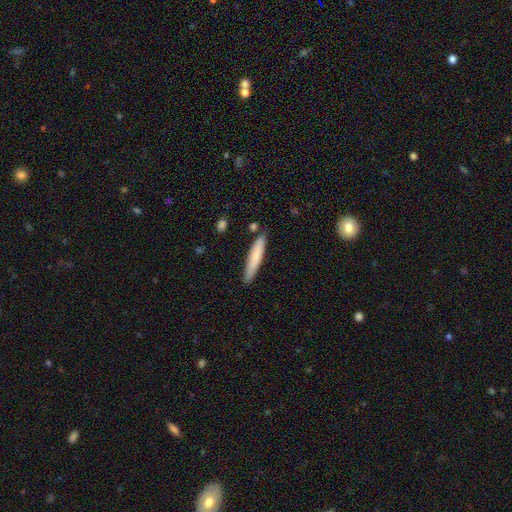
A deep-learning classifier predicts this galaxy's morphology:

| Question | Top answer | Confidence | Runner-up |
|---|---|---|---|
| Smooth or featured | smooth | 76% | featured or disk (18%) |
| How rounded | cigar-shaped | 90% | in between (9%) |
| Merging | none | 81% | minor disturbance (13%) |